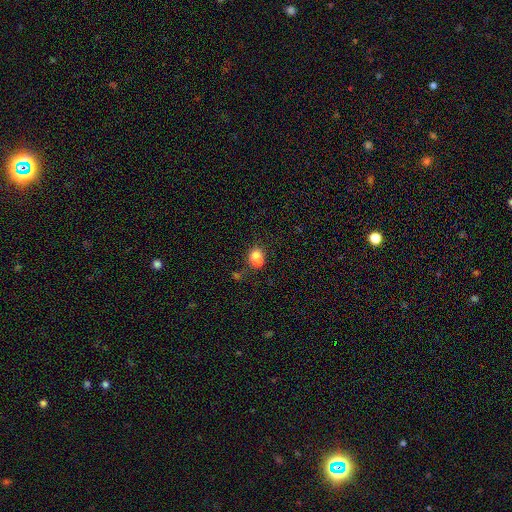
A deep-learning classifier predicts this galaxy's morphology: This is likely a smooth galaxy (70%). How rounded: possibly round (51%). Merging: likely merger (61%).